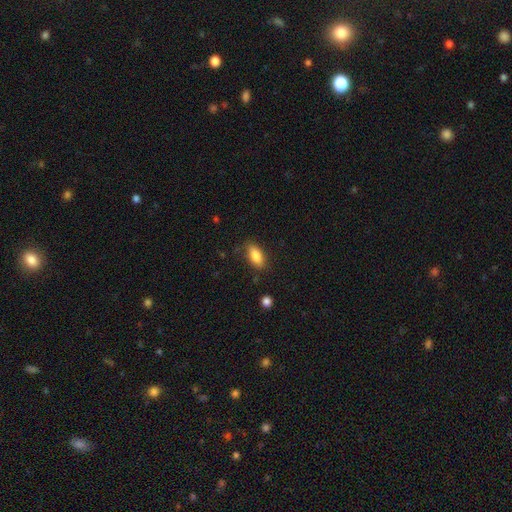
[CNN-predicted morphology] The model was most divided on "merging": none: 80%, minor disturbance: 14%, major disturbance: 4%, merger: 2%. More confident: how rounded — in between (88%); smooth or featured — smooth (85%).